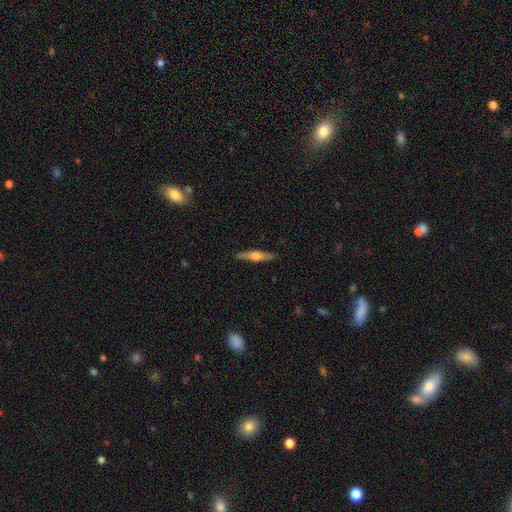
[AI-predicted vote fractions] Smooth or featured: featured or disk — 58% (smooth — 36%)
Edge-on disk: yes — 97% (no — 3%)
Edge-on bulge: rounded — 85% (boxy — 11%)
Merging: none — 90% (minor disturbance — 8%)